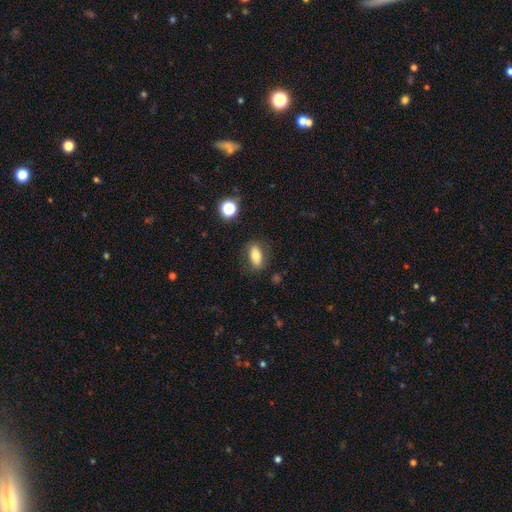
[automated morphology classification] Smooth or featured: smooth — 75% (featured or disk — 16%)
How rounded: in between — 80% (cigar-shaped — 13%)
Merging: none — 82% (minor disturbance — 12%)